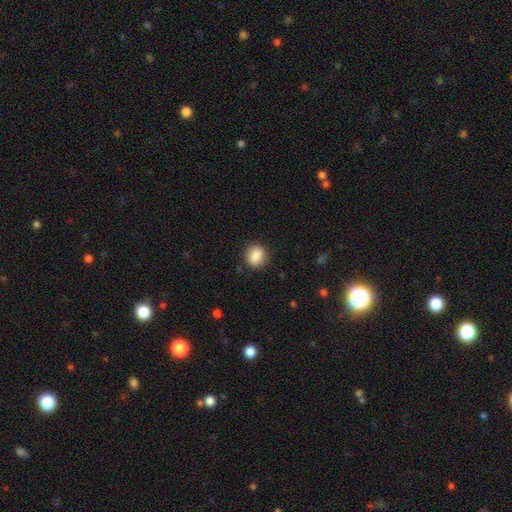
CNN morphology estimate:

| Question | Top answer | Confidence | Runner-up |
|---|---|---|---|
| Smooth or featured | smooth | 87% | star or artifact (8%) |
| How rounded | round | 71% | in between (28%) |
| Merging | none | 87% | minor disturbance (9%) |